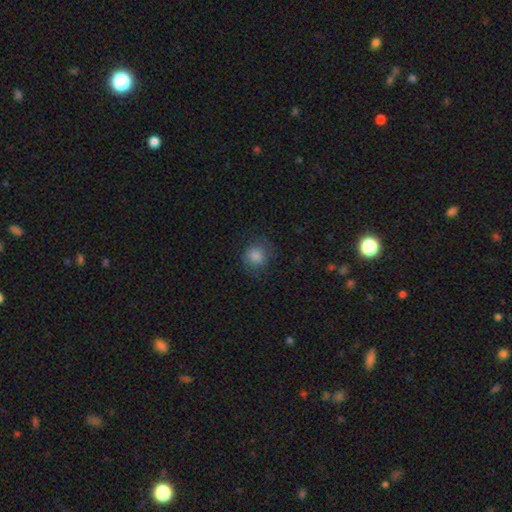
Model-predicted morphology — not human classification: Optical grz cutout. It shows a smooth galaxy with no disk features (80%) that is round (82%). Merging: none (76%).